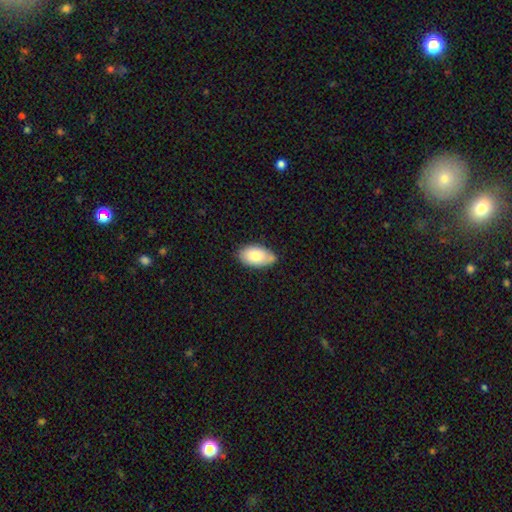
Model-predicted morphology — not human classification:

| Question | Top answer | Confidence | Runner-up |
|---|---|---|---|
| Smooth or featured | smooth | 81% | featured or disk (13%) |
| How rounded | in between | 94% | round (5%) |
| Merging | none | 68% | minor disturbance (24%) |